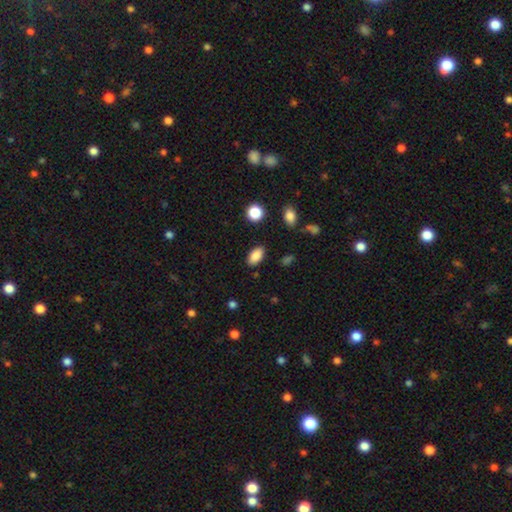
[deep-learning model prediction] A smooth galaxy with no disk features (86%) that is in between round and cigar-shaped (91%).

Vote fractions:
- Smooth or featured? smooth: 86% / star or artifact: 9% / featured or disk: 5%
- How rounded? in between: 91% / round: 6% / cigar-shaped: 3%
- Merging? none: 86% / minor disturbance: 10% / major disturbance: 3% / merger: 2%